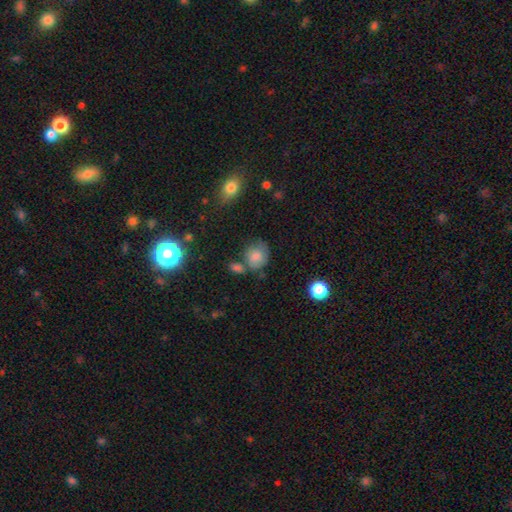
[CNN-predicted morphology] Q: Smooth or featured?
A: smooth (78%); runner-up: featured or disk (11%)
Q: How rounded?
A: round (64%); runner-up: in between (35%)
Q: Merging?
A: none (56%); runner-up: minor disturbance (23%)